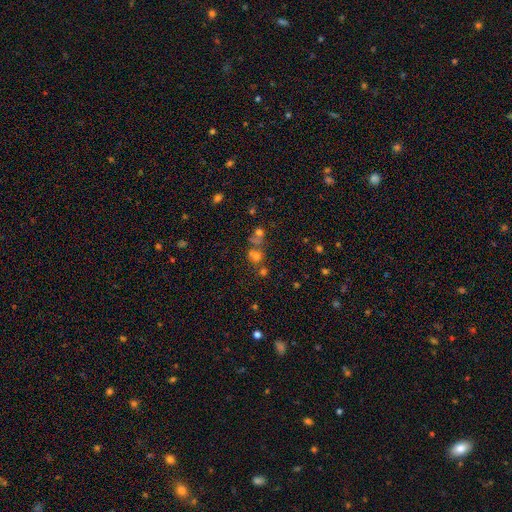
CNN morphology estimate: Overall: smooth (47%; star or artifact 39%). Merging: none (50%; merger 34%).